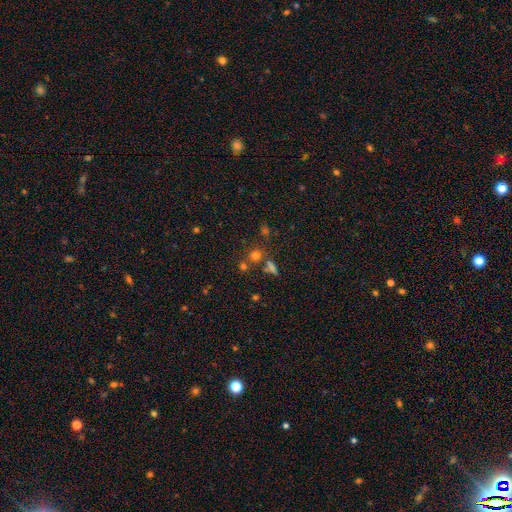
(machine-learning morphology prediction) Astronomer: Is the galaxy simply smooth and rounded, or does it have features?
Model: smooth — 66%.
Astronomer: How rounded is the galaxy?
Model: round — 87%.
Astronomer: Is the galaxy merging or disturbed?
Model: none — 68%.